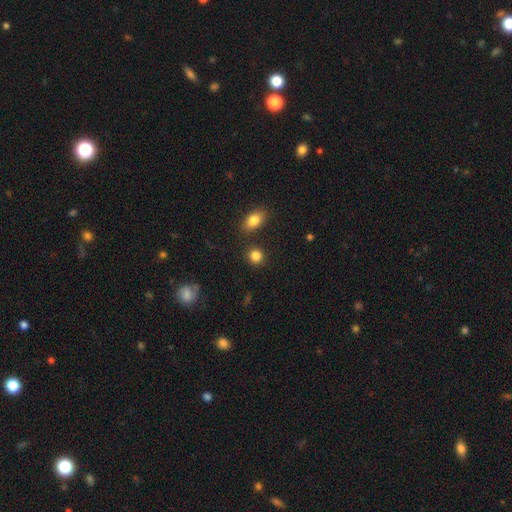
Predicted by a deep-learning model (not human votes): Morphology: type=smooth (86%); roundness=round (82%); merging=none (85%).